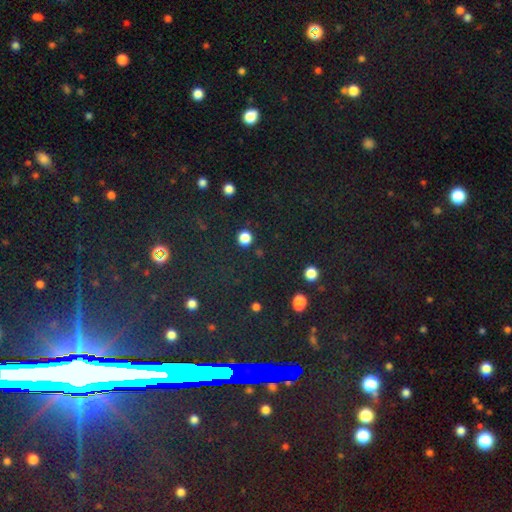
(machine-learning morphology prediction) Smooth or featured?
  - star or artifact: 75% *
  - featured or disk: 13%
  - smooth: 12%